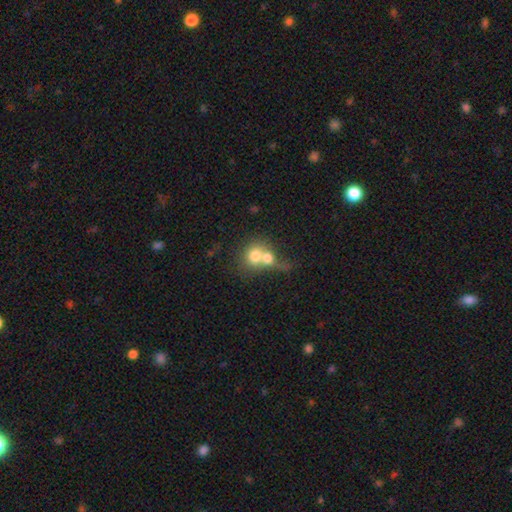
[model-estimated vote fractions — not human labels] A smooth galaxy with no disk features (69%) that is round (70%).

Vote fractions:
- Smooth or featured? smooth: 69% / featured or disk: 22% / star or artifact: 9%
- How rounded? round: 70% / in between: 29% / cigar-shaped: 1%
- Merging? merger: 74% / none: 16% / minor disturbance: 5% / major disturbance: 5%